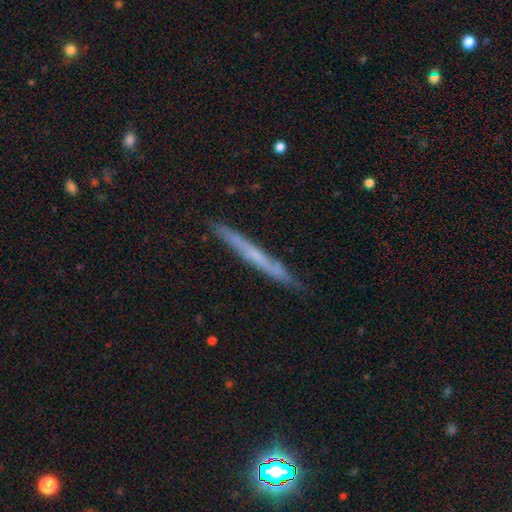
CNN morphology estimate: A featured or disk galaxy (53%) viewed edge-on (96%) with no central bulge (81%).

Vote fractions:
- Smooth or featured? featured or disk: 53% / smooth: 39% / star or artifact: 8%
- Edge-on disk? yes: 96% / no: 4%
- Edge-on bulge? none: 81% / rounded: 14% / boxy: 5%
- Merging? none: 87% / minor disturbance: 10% / major disturbance: 2% / merger: 1%